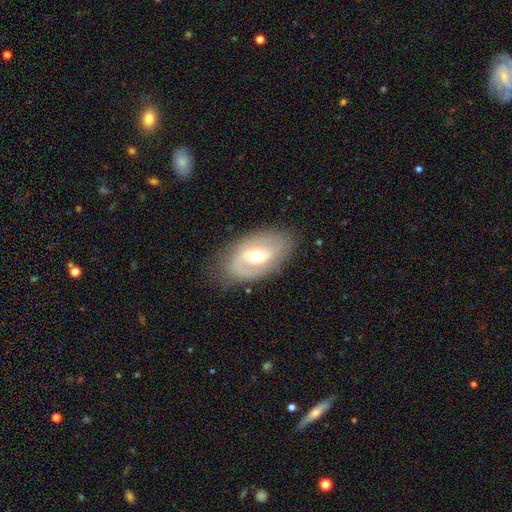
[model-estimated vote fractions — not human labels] Smooth or featured: featured or disk — 75% (smooth — 19%)
Edge-on disk: no — 94% (yes — 6%)
Bar: weak — 47% (no — 35%)
Spiral arms: yes — 80% (no — 20%)
Spiral winding: medium — 43% (tight — 30%)
Spiral arm count: 2 — 71% (1 — 14%)
Bulge size: moderate — 72% (small — 17%)
Merging: none — 78% (minor disturbance — 15%)